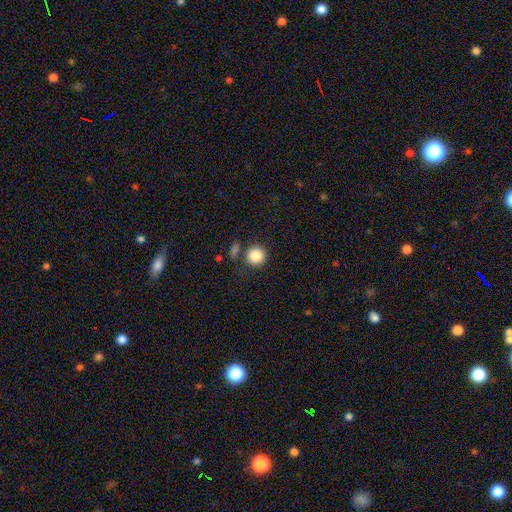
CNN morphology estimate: type=smooth (86%); roundness=round (93%); merging=none (78%).